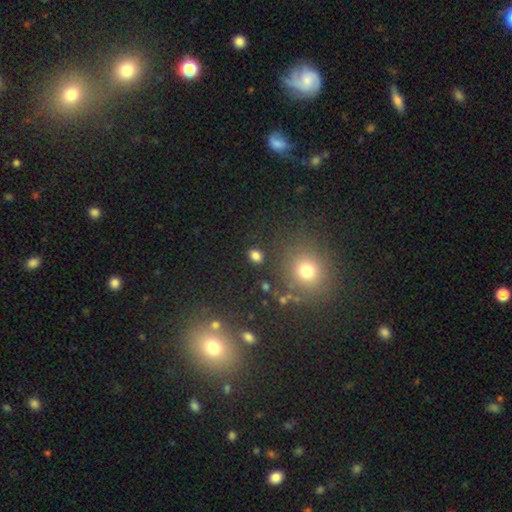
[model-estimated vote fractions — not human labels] Smooth or featured: smooth — 80% (star or artifact — 15%)
How rounded: round — 54% (in between — 45%)
Merging: none — 86% (minor disturbance — 8%)